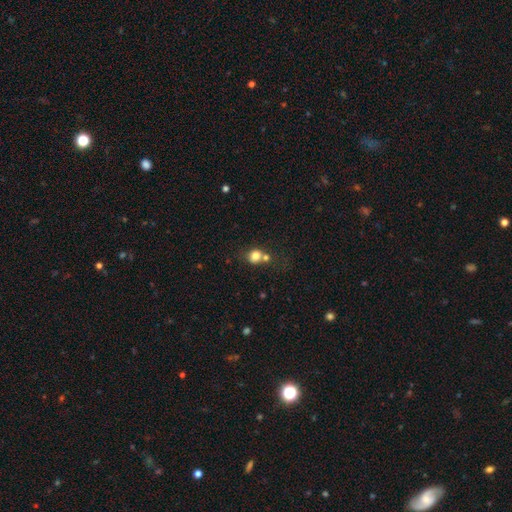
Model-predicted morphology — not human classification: smooth 78%, star or artifact 12%, featured or disk 9%. Down the decision tree: how rounded — round (76%); merging — none (47%).